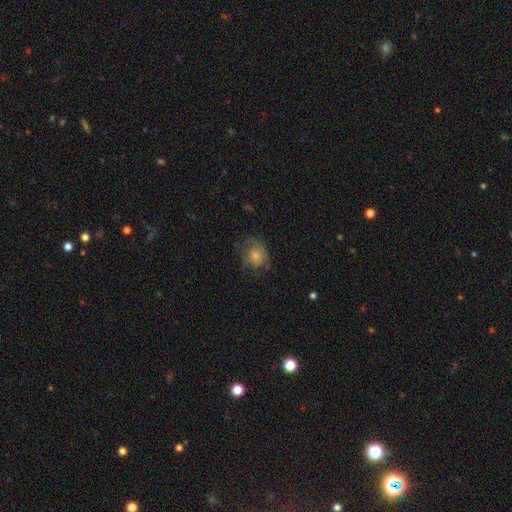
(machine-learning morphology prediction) A smooth galaxy with no disk features (49%).

Vote fractions:
- Smooth or featured? smooth: 49% / featured or disk: 36% / star or artifact: 15%
- Merging? none: 62% / minor disturbance: 23% / major disturbance: 14% / merger: 1%